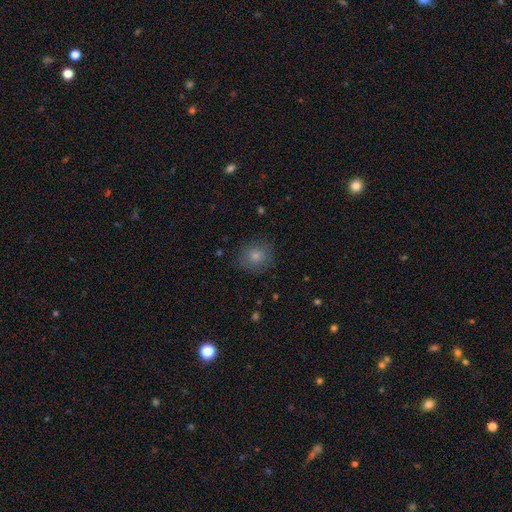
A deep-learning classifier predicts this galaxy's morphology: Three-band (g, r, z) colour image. It shows a smooth galaxy with no disk features (67%) that is round (84%). Merging: none (84%).